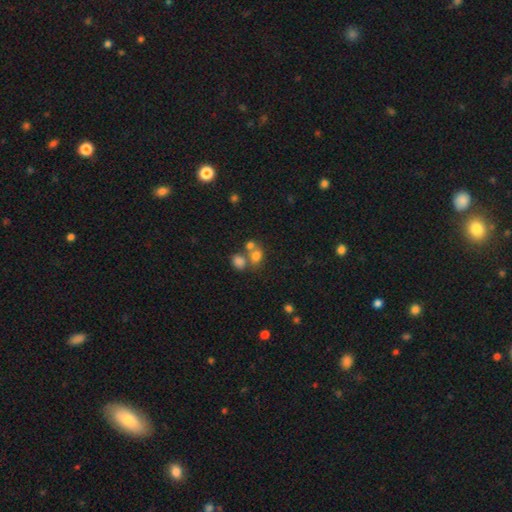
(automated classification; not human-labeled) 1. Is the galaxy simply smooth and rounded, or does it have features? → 72% smooth, 16% star or artifact, 12% featured or disk.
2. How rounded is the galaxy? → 57% round, 41% in between, 1% cigar-shaped.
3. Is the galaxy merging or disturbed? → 44% merger, 41% none, 9% minor disturbance, 6% major disturbance.